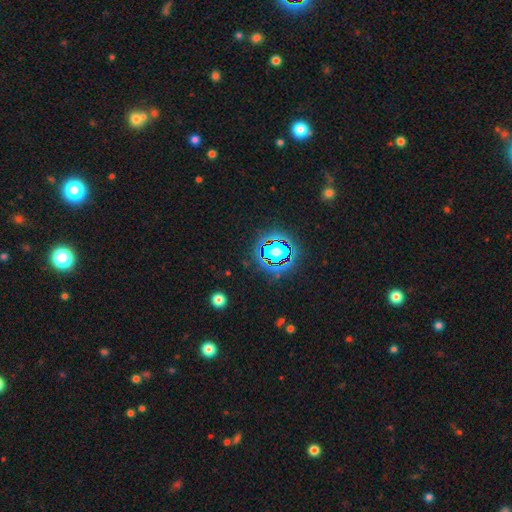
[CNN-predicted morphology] Smooth or featured: star or artifact — 81% (smooth — 11%)